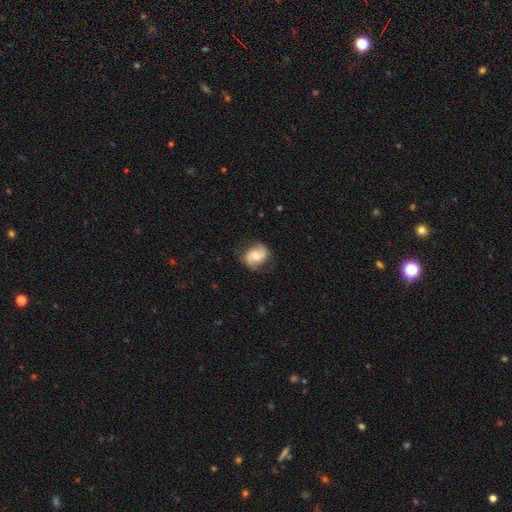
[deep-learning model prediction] Smooth or featured?
  - featured or disk: 57% *
  - smooth: 36%
  - star or artifact: 8%
Edge-on disk?
  - no: 97% *
  - yes: 3%
Bar?
  - no: 55% *
  - weak: 34%
  - strong: 11%
Spiral arms?
  - yes: 87% *
  - no: 13%
Bulge size?
  - moderate: 65% *
  - small: 24%
  - large: 8%
  - none: 2%
  - dominant: 1%
Merging?
  - none: 76% *
  - minor disturbance: 17%
  - major disturbance: 6%
  - merger: 1%